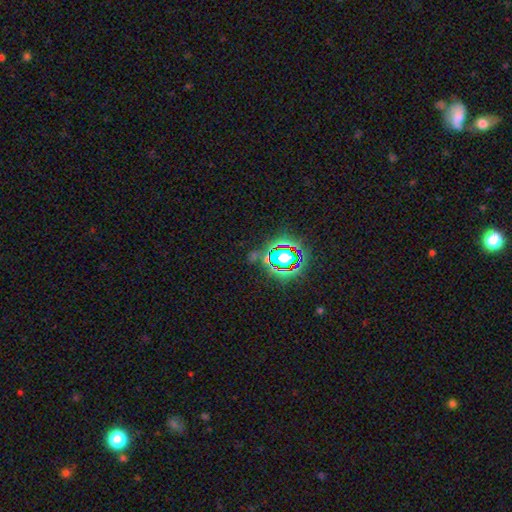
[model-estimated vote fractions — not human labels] smooth-or-featured: star or artifact: 72% | smooth: 18% | featured or disk: 10%